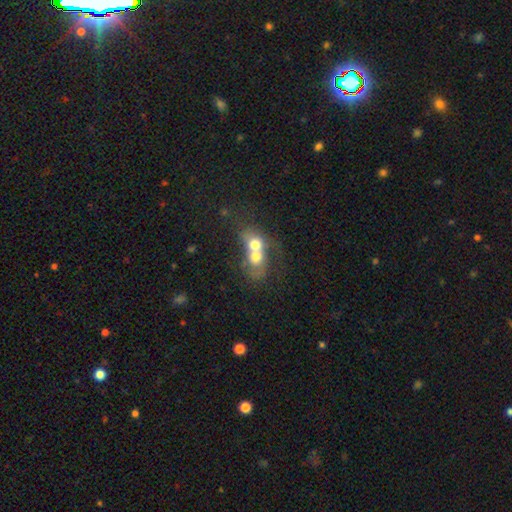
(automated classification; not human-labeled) A smooth galaxy with no disk features (58%) that is round (52%). Merging: merger (81%).